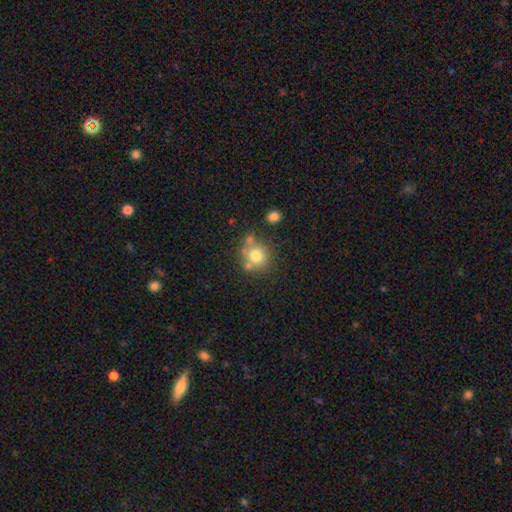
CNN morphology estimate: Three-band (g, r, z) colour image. It shows a smooth galaxy with no disk features (74%) that is round (86%). Merging: none (61%).